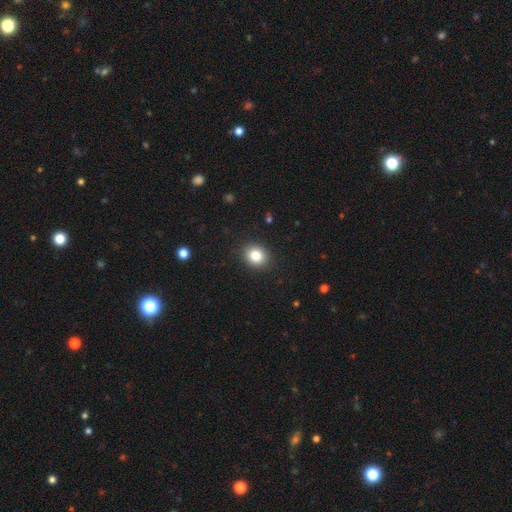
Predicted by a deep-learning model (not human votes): smooth-or-featured: smooth: 83% | star or artifact: 10% | featured or disk: 7%
  how-rounded: round: 71% | in between: 28% | cigar-shaped: 1%
  merging: none: 90% | minor disturbance: 7% | major disturbance: 2% | merger: 1%